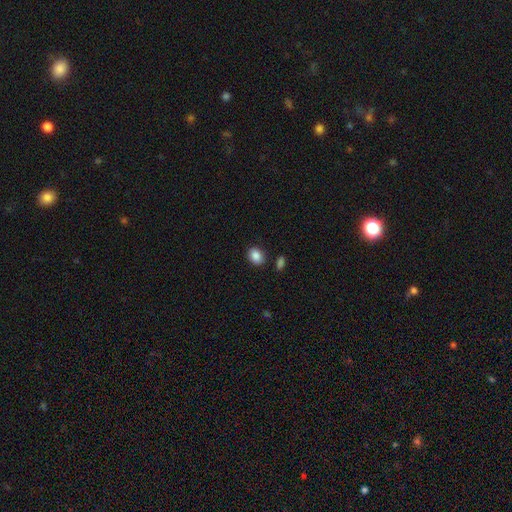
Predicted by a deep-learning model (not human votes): Smooth or featured: smooth — 87% (star or artifact — 8%)
How rounded: in between — 65% (round — 34%)
Merging: none — 84% (minor disturbance — 10%)